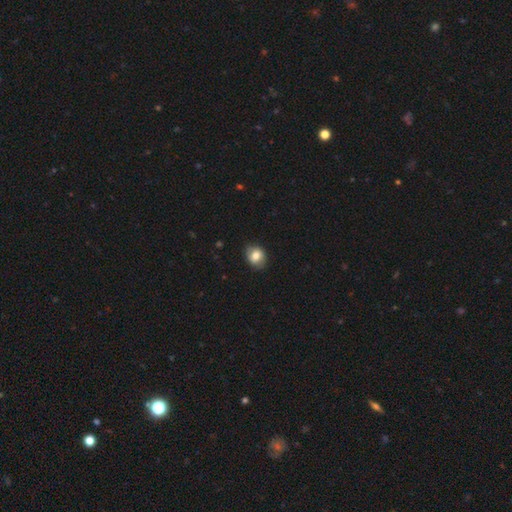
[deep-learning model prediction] Smooth or featured: smooth — 76% (featured or disk — 16%)
How rounded: round — 50% (in between — 49%)
Merging: none — 82% (minor disturbance — 14%)